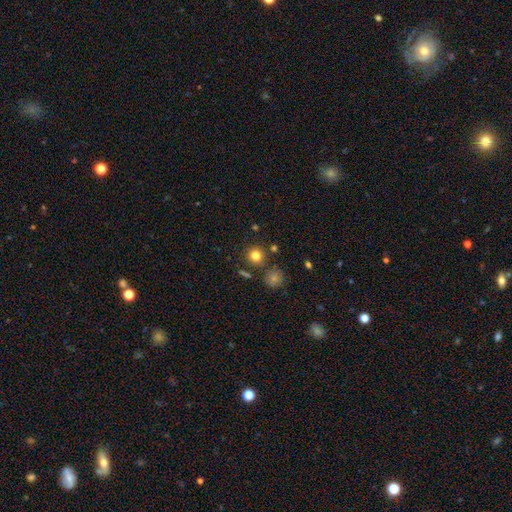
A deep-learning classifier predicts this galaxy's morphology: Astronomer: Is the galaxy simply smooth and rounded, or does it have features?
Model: smooth — 80%.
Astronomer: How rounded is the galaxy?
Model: round — 91%.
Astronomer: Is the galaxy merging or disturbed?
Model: none — 82%.